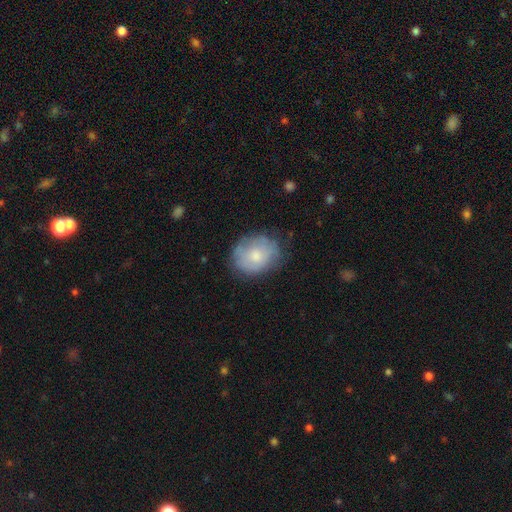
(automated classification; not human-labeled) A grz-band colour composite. It shows a smooth galaxy with no disk features (65%) that is round (54%). Merging: none (67%).